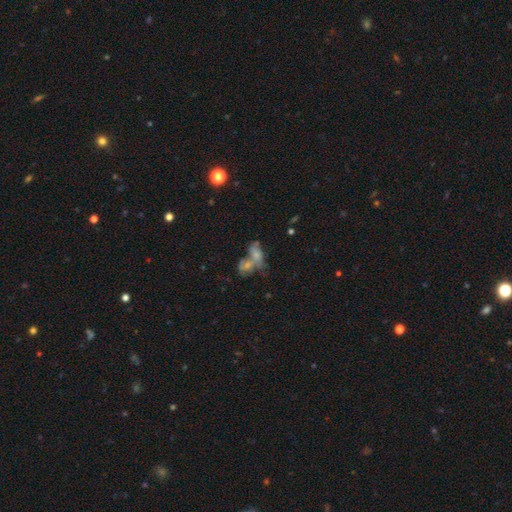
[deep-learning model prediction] Smooth or featured: smooth — 51% (featured or disk — 34%)
How rounded: in between — 79% (round — 15%)
Merging: merger — 66% (none — 18%)